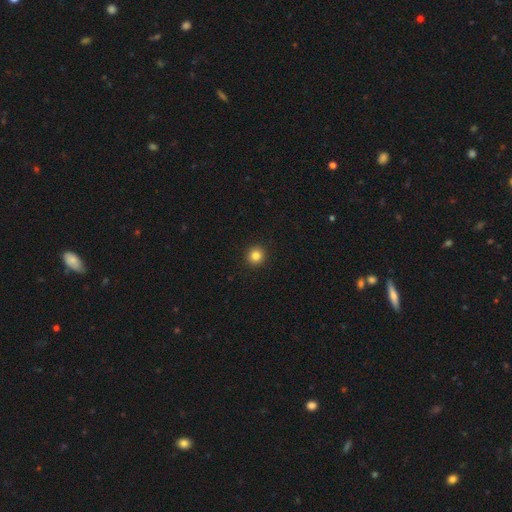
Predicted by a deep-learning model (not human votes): Smooth or featured?
  - smooth: 84% *
  - star or artifact: 11%
  - featured or disk: 5%
How rounded?
  - round: 94% *
  - in between: 5%
  - cigar-shaped: 1%
Merging?
  - none: 94% *
  - minor disturbance: 4%
  - major disturbance: 1%
  - merger: 1%